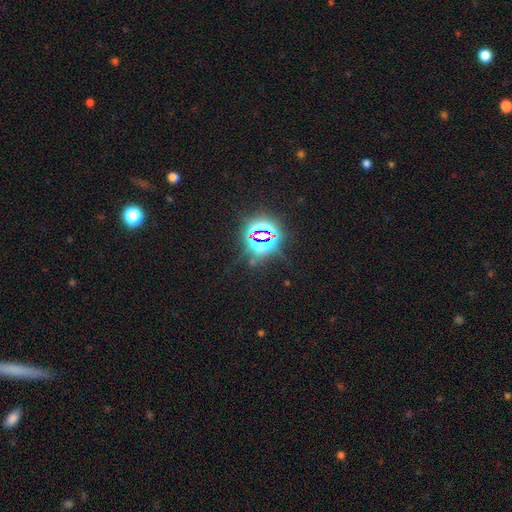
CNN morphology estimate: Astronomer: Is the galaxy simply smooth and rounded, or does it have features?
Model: star or artifact — 82%.